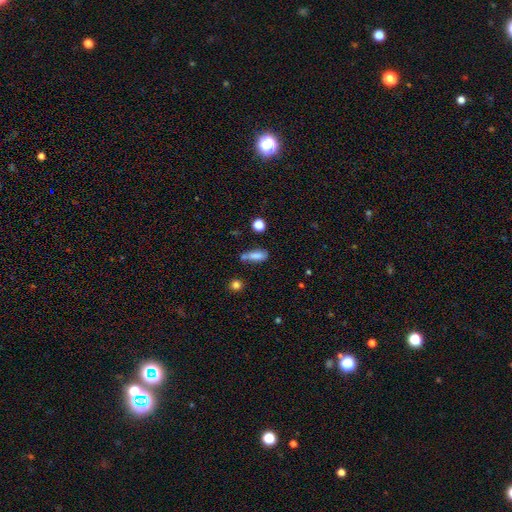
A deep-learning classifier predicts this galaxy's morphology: Smooth or featured?
  - smooth: 77% *
  - featured or disk: 12%
  - star or artifact: 11%
How rounded?
  - in between: 62% *
  - cigar-shaped: 33%
  - round: 5%
Merging?
  - none: 50% *
  - minor disturbance: 23%
  - merger: 18%
  - major disturbance: 9%